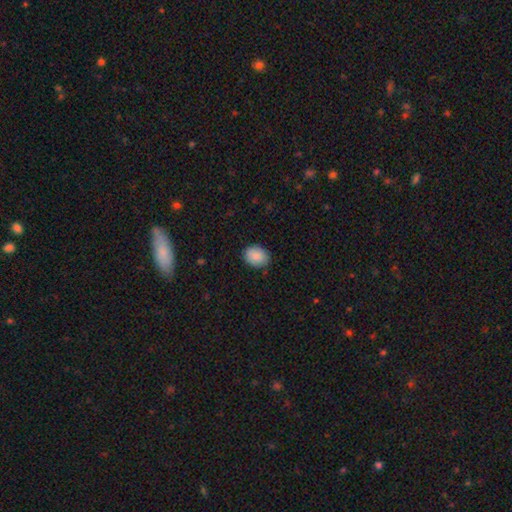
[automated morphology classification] Smooth or featured: smooth — 89% (star or artifact — 7%)
How rounded: in between — 60% (round — 39%)
Merging: none — 85% (minor disturbance — 12%)